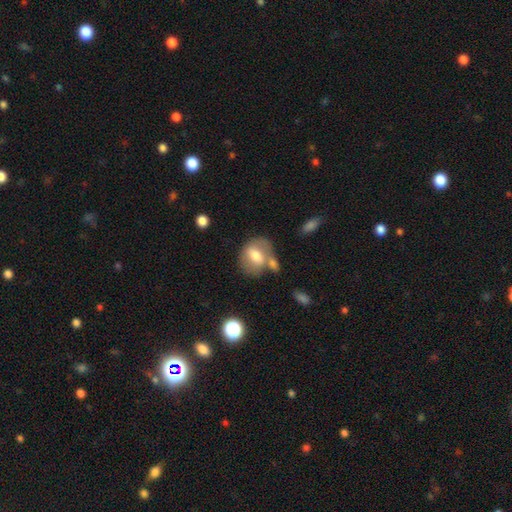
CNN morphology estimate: A smooth galaxy with no disk features (61%) that is in between round and cigar-shaped (55%). Merging: none (44%).